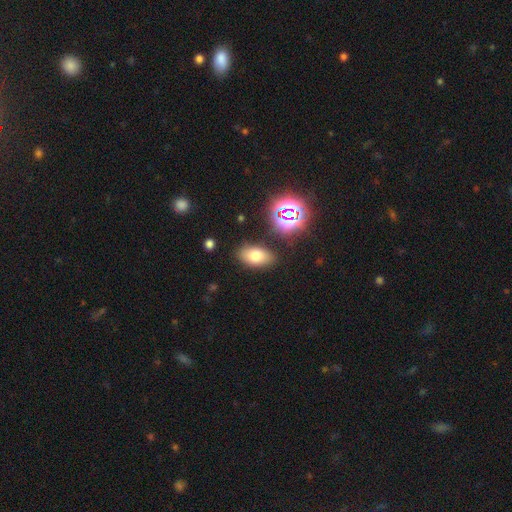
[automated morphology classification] Smooth or featured: smooth — 72% (star or artifact — 15%)
How rounded: in between — 90% (round — 7%)
Merging: none — 84% (minor disturbance — 10%)